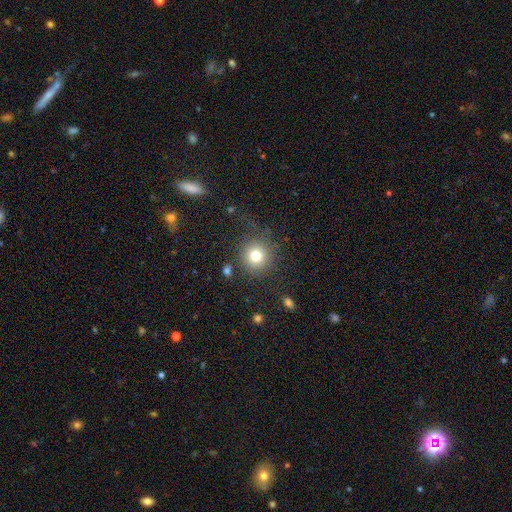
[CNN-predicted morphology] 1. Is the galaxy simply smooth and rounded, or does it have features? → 78% smooth, 13% star or artifact, 9% featured or disk.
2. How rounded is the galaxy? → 93% round, 6% in between, 1% cigar-shaped.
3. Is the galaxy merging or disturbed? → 81% none, 10% minor disturbance, 6% major disturbance, 3% merger.